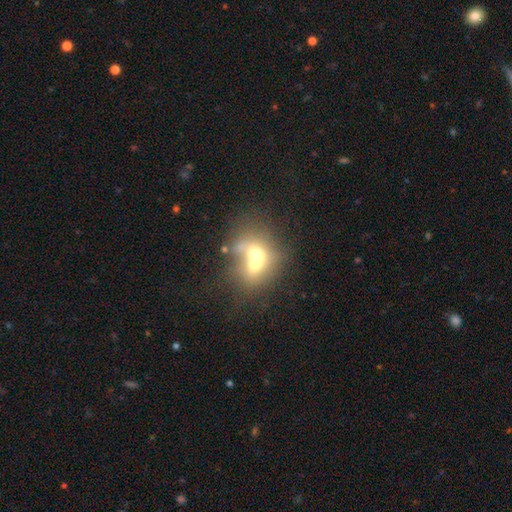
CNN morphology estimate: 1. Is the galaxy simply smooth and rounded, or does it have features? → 57% smooth, 32% featured or disk, 12% star or artifact.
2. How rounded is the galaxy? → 53% round, 45% in between, 2% cigar-shaped.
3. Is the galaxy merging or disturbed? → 71% merger, 16% none, 7% minor disturbance, 6% major disturbance.